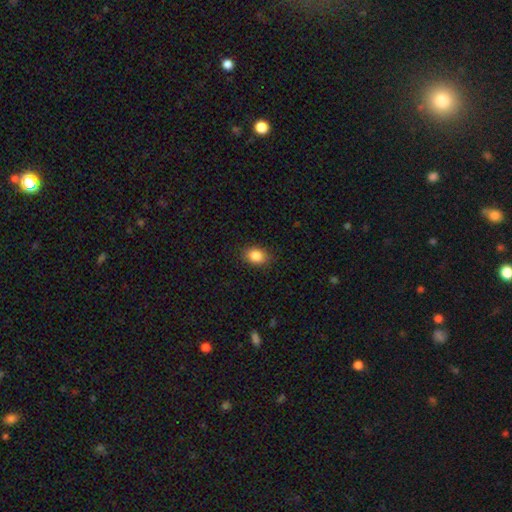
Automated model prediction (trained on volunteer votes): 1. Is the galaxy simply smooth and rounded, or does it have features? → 86% smooth, 9% star or artifact, 5% featured or disk.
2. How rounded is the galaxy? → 68% in between, 30% round, 1% cigar-shaped.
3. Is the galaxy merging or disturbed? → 86% none, 10% minor disturbance, 3% major disturbance, 1% merger.